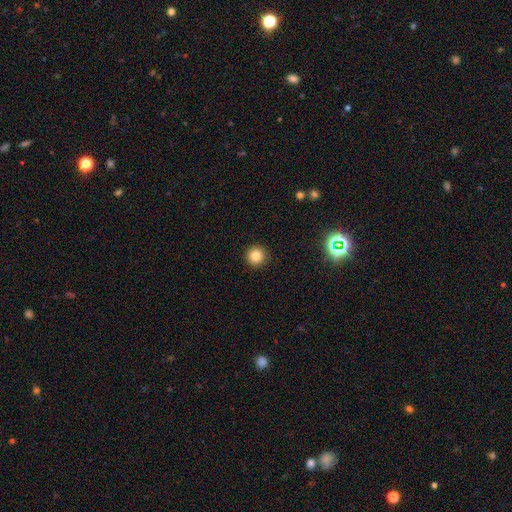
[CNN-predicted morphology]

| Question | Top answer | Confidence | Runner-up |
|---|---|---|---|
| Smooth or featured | smooth | 83% | star or artifact (12%) |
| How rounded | round | 96% | in between (4%) |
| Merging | none | 93% | minor disturbance (5%) |